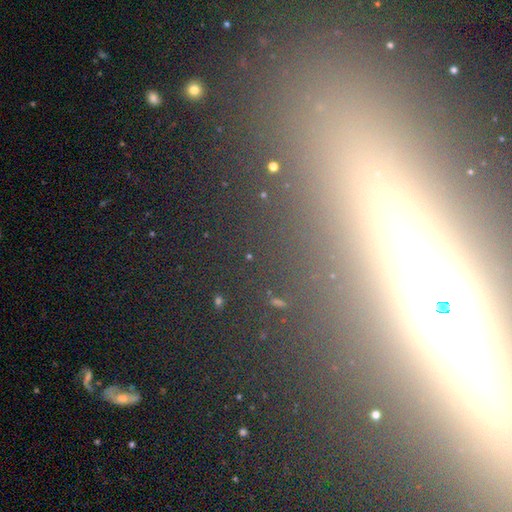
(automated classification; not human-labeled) Smooth or featured?
  - featured or disk: 54% *
  - star or artifact: 27%
  - smooth: 18%
Edge-on disk?
  - yes: 82% *
  - no: 18%
Merging?
  - none: 83% *
  - minor disturbance: 9%
  - major disturbance: 5%
  - merger: 3%